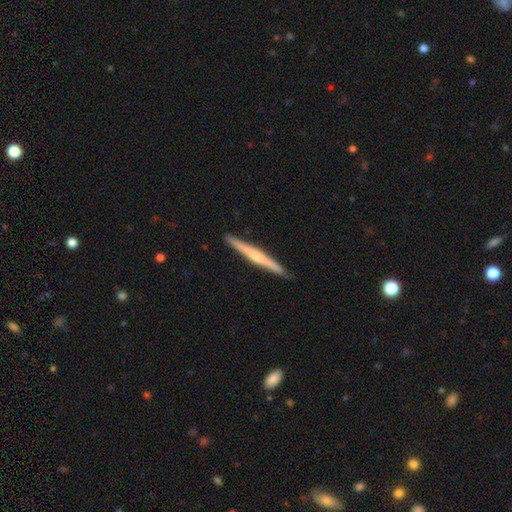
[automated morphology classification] Smooth or featured?
  - featured or disk: 61% *
  - smooth: 33%
  - star or artifact: 5%
Edge-on disk?
  - yes: 98% *
  - no: 2%
Edge-on bulge?
  - rounded: 56% *
  - none: 34%
  - boxy: 10%
Merging?
  - none: 92% *
  - minor disturbance: 6%
  - major disturbance: 1%
  - merger: 1%